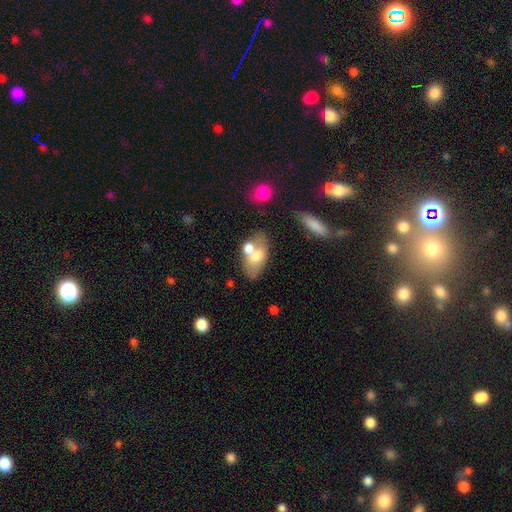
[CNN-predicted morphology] A smooth galaxy with no disk features (63%) that is in between round and cigar-shaped (88%).

Vote fractions:
- Smooth or featured? smooth: 63% / featured or disk: 29% / star or artifact: 8%
- How rounded? in between: 88% / round: 8% / cigar-shaped: 4%
- Merging? none: 42% / merger: 38% / minor disturbance: 14% / major disturbance: 6%